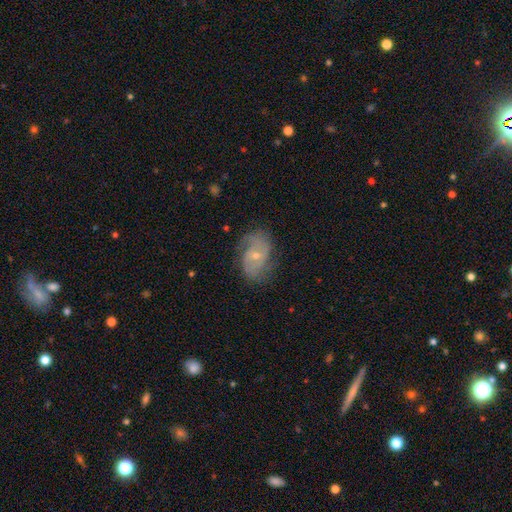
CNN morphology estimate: A featured or disk galaxy (78%) with no bar (52%), 2 (63%) medium (44%) spiral arms (91%) and a small central bulge (63%). Merging: none (69%).